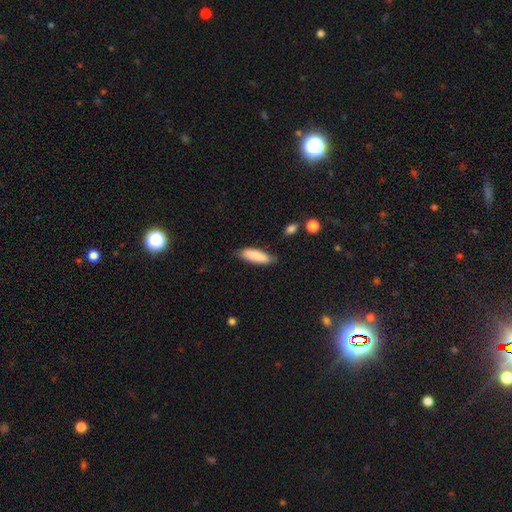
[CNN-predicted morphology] smooth 87%, featured or disk 7%, star or artifact 6%. Down the decision tree: how rounded — in between (53%); merging — none (81%).